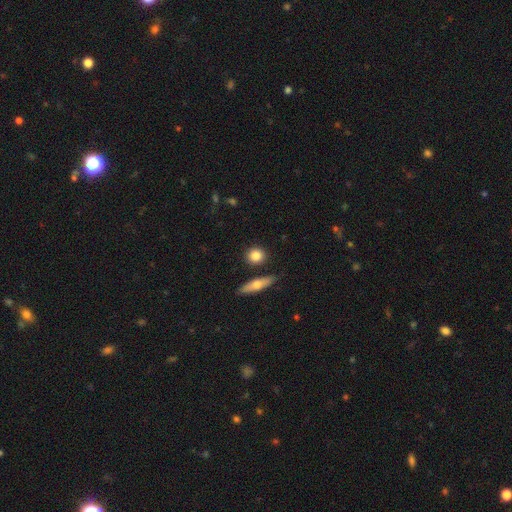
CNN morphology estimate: Smooth or featured?
  - smooth: 81% *
  - featured or disk: 11%
  - star or artifact: 7%
How rounded?
  - round: 74% *
  - in between: 19%
  - cigar-shaped: 7%
Merging?
  - none: 83% *
  - minor disturbance: 9%
  - merger: 5%
  - major disturbance: 2%